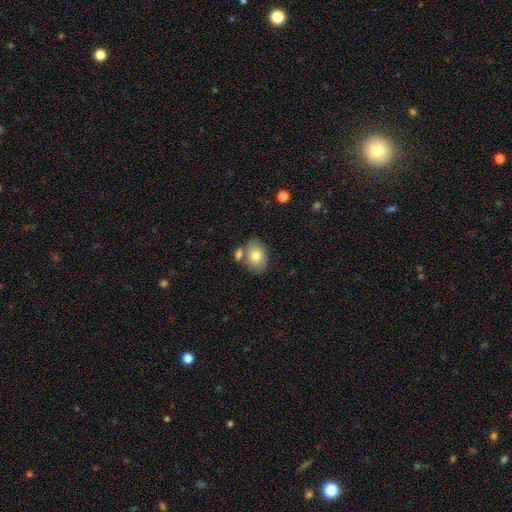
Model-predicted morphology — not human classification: smooth 76%, featured or disk 16%, star or artifact 8%. Down the decision tree: how rounded — in between (71%); merging — none (63%).